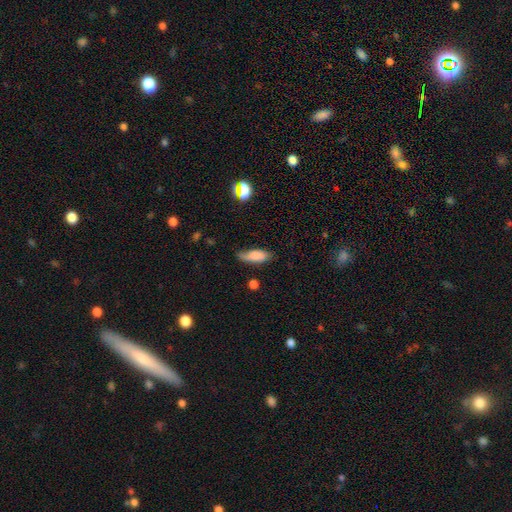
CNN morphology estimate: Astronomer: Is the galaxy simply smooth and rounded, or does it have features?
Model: smooth — 76%.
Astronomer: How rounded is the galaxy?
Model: in between — 69%.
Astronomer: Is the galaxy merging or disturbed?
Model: none — 65%.